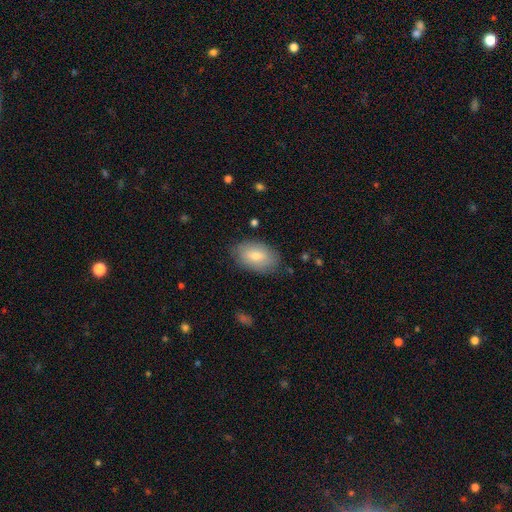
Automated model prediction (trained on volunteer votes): smooth_or_featured: smooth (p=0.76) [alt: featured or disk p=0.17]
how_rounded: in between (p=0.92) [alt: round p=0.06]
merging: none (p=0.81) [alt: minor disturbance p=0.14]